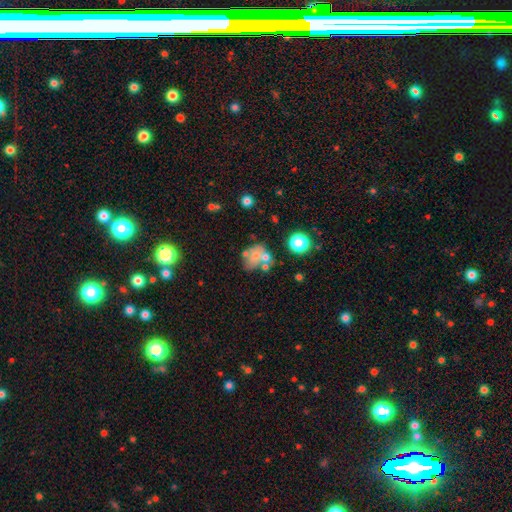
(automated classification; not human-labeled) Q: Smooth or featured?
A: smooth (54%); runner-up: featured or disk (31%)
Q: How rounded?
A: in between (57%); runner-up: round (42%)
Q: Merging?
A: none (35%); runner-up: merger (30%)